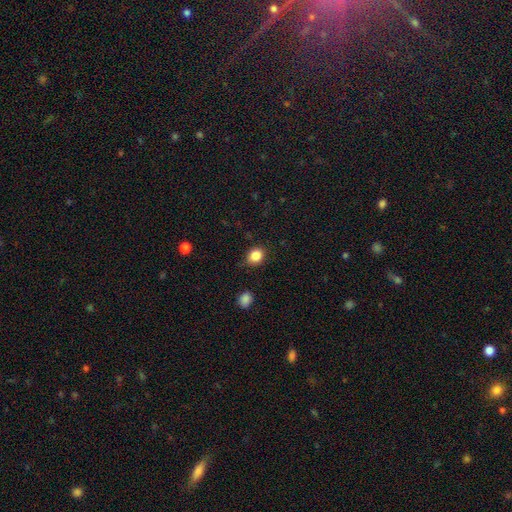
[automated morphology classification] type=smooth (86%); roundness=round (55%); merging=none (81%).